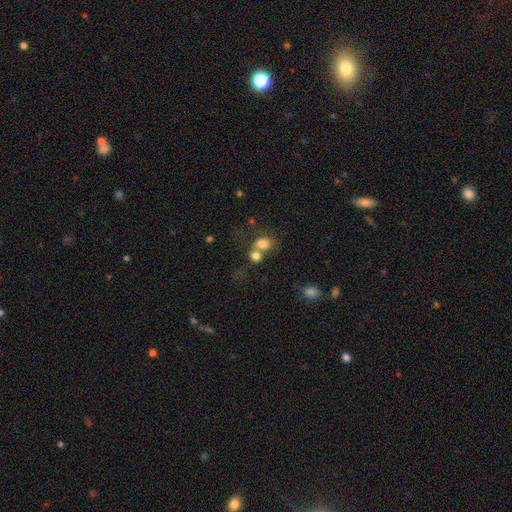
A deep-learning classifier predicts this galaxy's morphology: Smooth or featured? smooth (76%)
How rounded? round (58%)
Merging? merger (52%)